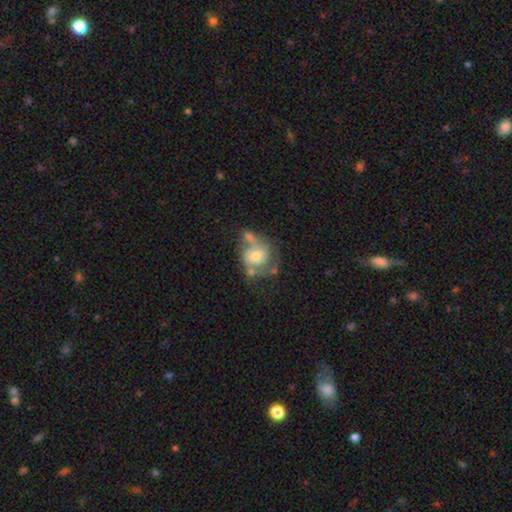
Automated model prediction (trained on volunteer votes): Smooth or featured?
  - featured or disk: 59% *
  - smooth: 34%
  - star or artifact: 8%
Edge-on disk?
  - no: 97% *
  - yes: 3%
Bar?
  - no: 67% *
  - weak: 27%
  - strong: 7%
Spiral arms?
  - yes: 69% *
  - no: 31%
Bulge size?
  - moderate: 53% *
  - small: 35%
  - large: 7%
  - none: 3%
  - dominant: 1%
Merging?
  - none: 32% *
  - merger: 28%
  - major disturbance: 21%
  - minor disturbance: 20%